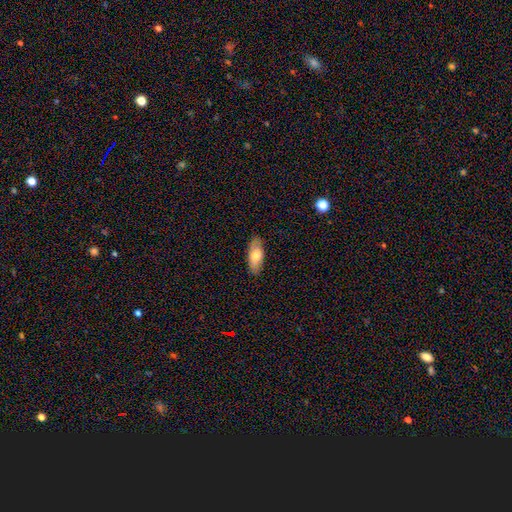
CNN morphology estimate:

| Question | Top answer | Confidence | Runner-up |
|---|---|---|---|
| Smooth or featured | smooth | 72% | featured or disk (22%) |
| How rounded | in between | 79% | cigar-shaped (18%) |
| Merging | none | 87% | minor disturbance (10%) |